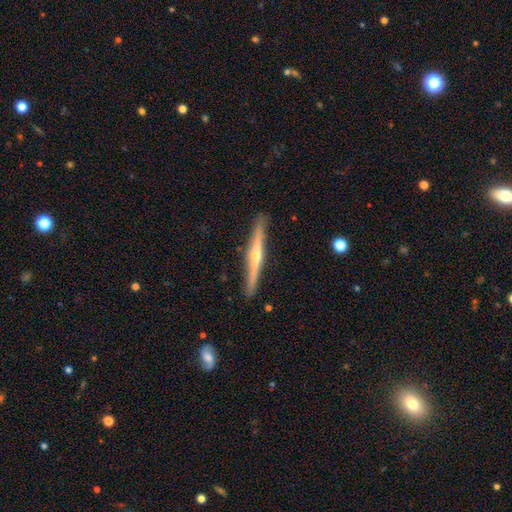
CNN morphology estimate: A featured or disk galaxy (73%) viewed edge-on (98%) with a rounded central bulge (83%). Merging: none (91%).